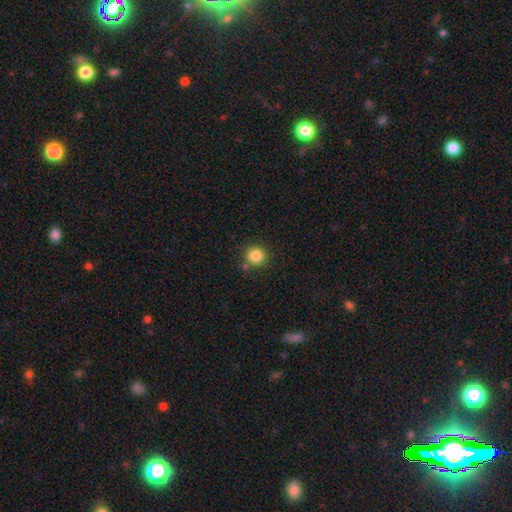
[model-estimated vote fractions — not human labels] Smooth or featured? smooth (85%)
How rounded? round (92%)
Merging? none (81%)